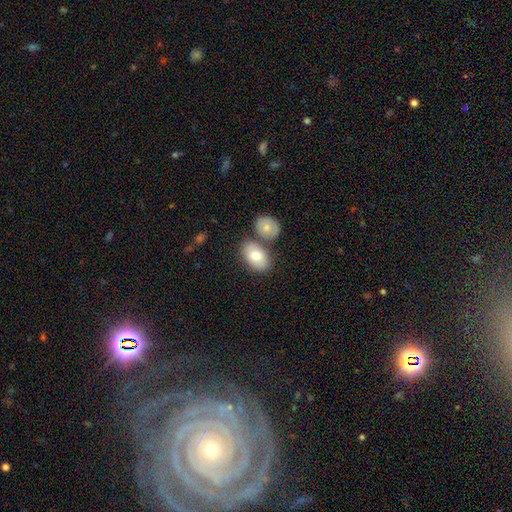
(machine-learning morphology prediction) This appears to be a smooth galaxy with no disk features (78%) that is in between round and cigar-shaped (90%). Merging: none (57%).